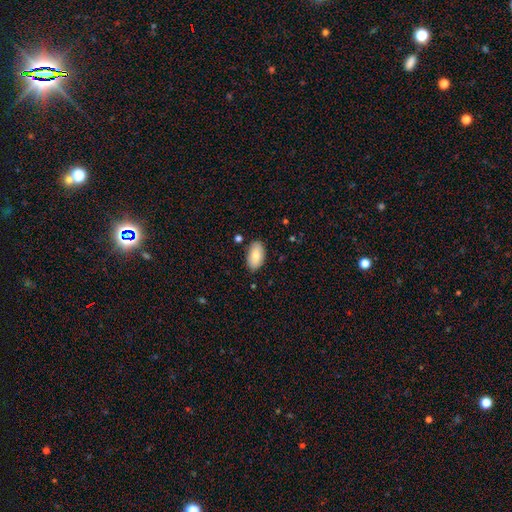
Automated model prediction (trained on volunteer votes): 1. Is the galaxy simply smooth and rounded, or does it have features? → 82% smooth, 12% featured or disk, 6% star or artifact.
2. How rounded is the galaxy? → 95% in between, 3% round, 2% cigar-shaped.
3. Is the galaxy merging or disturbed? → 84% none, 12% minor disturbance, 2% major disturbance, 2% merger.